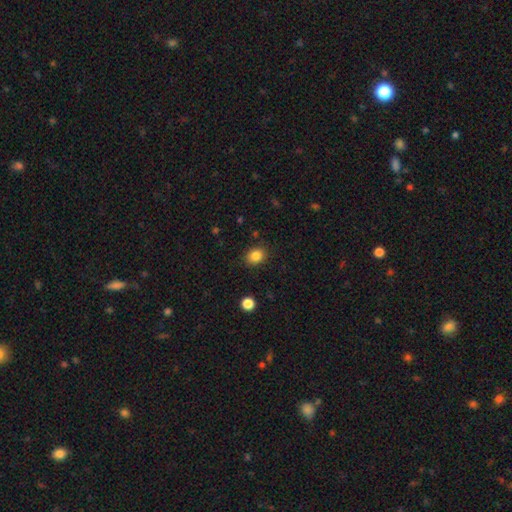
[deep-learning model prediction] smooth_or_featured: smooth (p=0.85) [alt: star or artifact p=0.10]
how_rounded: round (p=0.52) [alt: in between p=0.47]
merging: none (p=0.86) [alt: minor disturbance p=0.09]